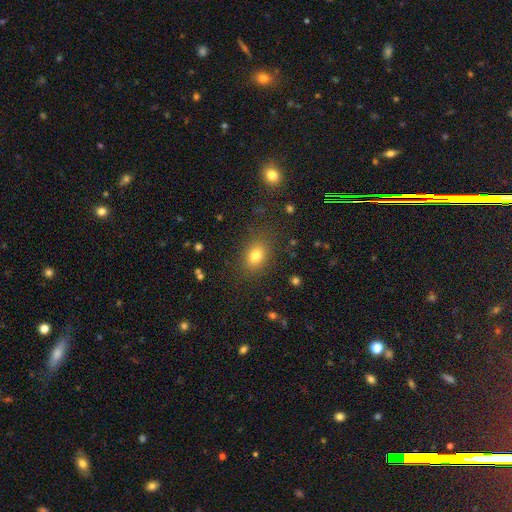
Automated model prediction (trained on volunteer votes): smooth-or-featured: smooth: 79% | star or artifact: 13% | featured or disk: 9%
  how-rounded: in between: 70% | round: 29% | cigar-shaped: 2%
  merging: none: 83% | minor disturbance: 11% | major disturbance: 5% | merger: 2%